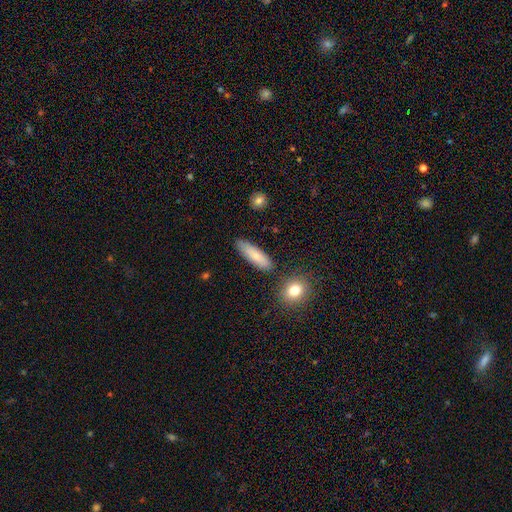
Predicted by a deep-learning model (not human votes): Smooth or featured?
  - smooth: 78% *
  - featured or disk: 15%
  - star or artifact: 7%
How rounded?
  - cigar-shaped: 55% *
  - in between: 42%
  - round: 3%
Merging?
  - none: 81% *
  - minor disturbance: 13%
  - merger: 3%
  - major disturbance: 3%